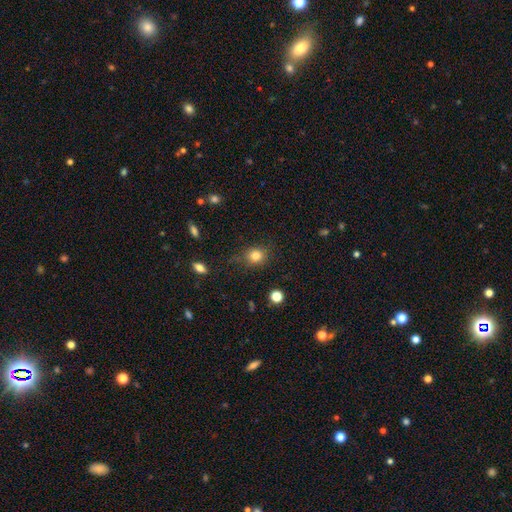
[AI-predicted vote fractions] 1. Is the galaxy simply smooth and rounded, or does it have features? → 82% smooth, 12% star or artifact, 7% featured or disk.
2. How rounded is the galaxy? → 71% round, 28% in between, 1% cigar-shaped.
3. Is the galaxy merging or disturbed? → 77% none, 16% minor disturbance, 5% major disturbance, 2% merger.